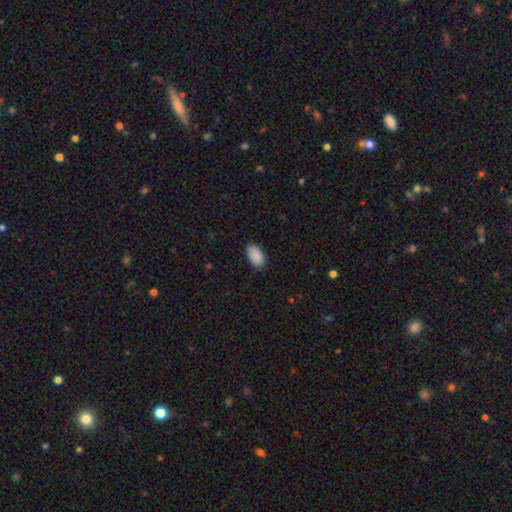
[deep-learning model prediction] A smooth galaxy with no disk features (89%) that is in between round and cigar-shaped (95%). Merging: none (84%).